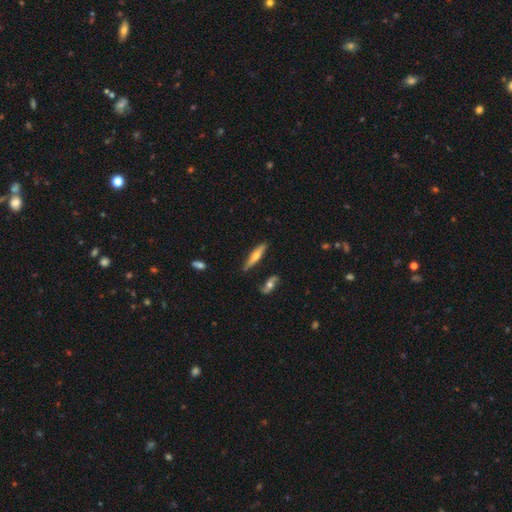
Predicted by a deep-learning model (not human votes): smooth_or_featured: featured or disk (p=0.47) [tied with: smooth p=0.47]
merging: none (p=0.79) [alt: minor disturbance p=0.14]